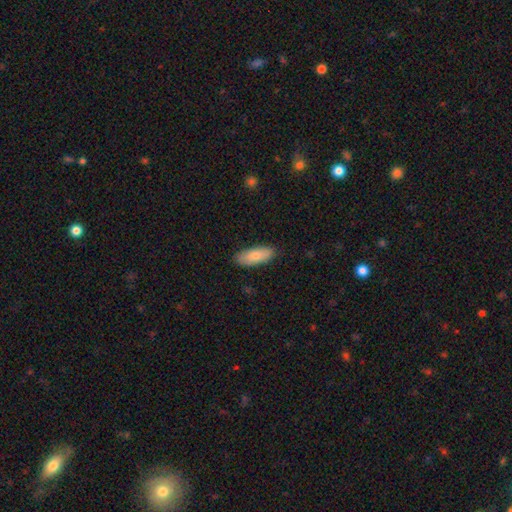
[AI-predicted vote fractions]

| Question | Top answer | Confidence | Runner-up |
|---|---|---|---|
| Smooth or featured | smooth | 83% | featured or disk (11%) |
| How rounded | in between | 77% | cigar-shaped (22%) |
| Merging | none | 85% | minor disturbance (12%) |